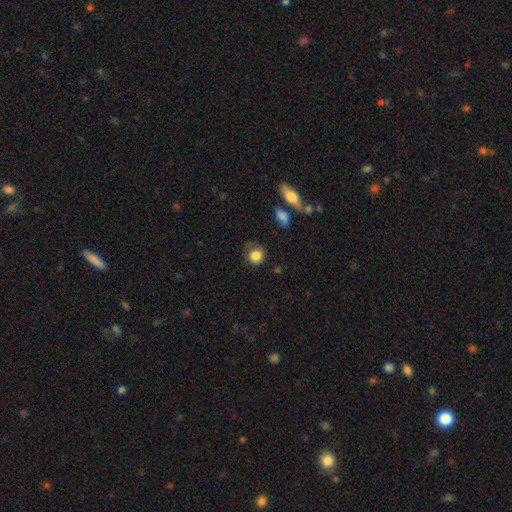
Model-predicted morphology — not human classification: smooth 84%, star or artifact 9%, featured or disk 7%. Down the decision tree: how rounded — round (87%); merging — none (68%).